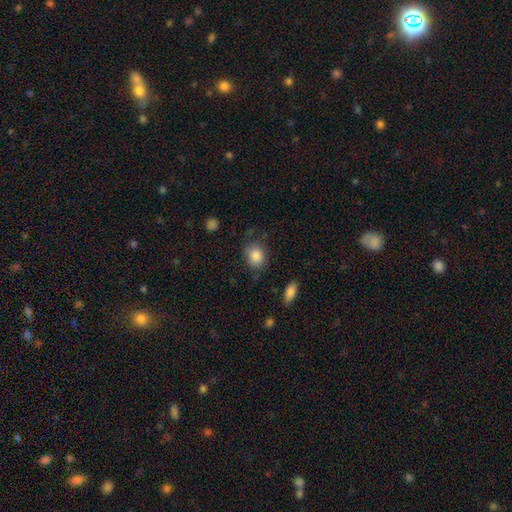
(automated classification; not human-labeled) Overall: smooth (86%). How rounded: in between (55%; round 44%). Merging: none (71%).